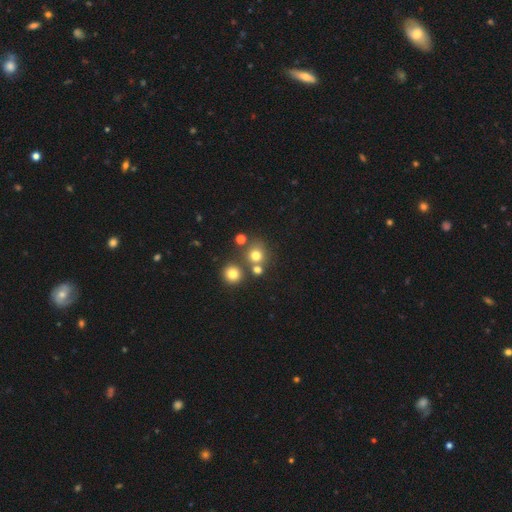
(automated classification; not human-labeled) This is likely a smooth galaxy (72%). How rounded: clearly round (87%). Merging: likely none (66%).